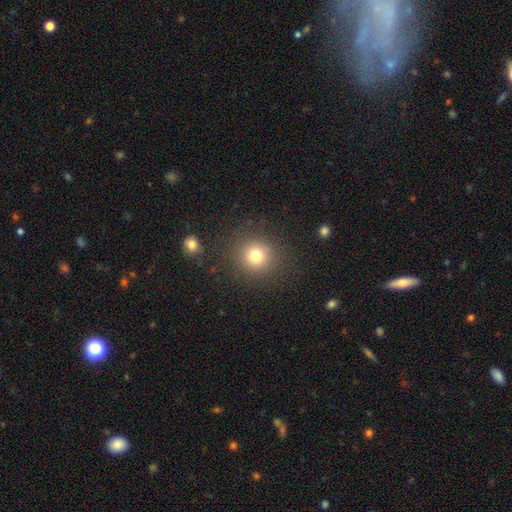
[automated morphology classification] This is likely a smooth galaxy (78%). How rounded: clearly round (91%). Merging: clearly none (86%).